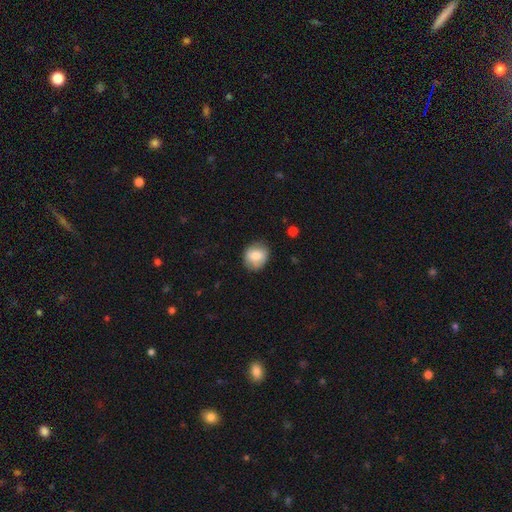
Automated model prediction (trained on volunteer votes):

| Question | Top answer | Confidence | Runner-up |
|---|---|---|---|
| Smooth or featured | smooth | 78% | featured or disk (14%) |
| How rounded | round | 72% | in between (27%) |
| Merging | none | 78% | minor disturbance (17%) |